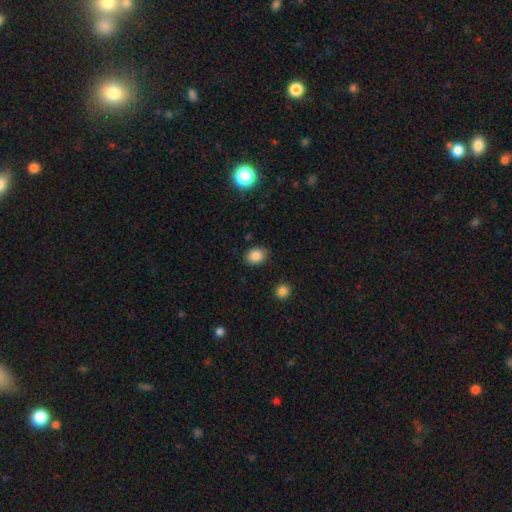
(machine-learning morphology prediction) Smooth or featured: smooth — 85% (star or artifact — 10%)
How rounded: in between — 68% (round — 31%)
Merging: none — 85% (minor disturbance — 11%)